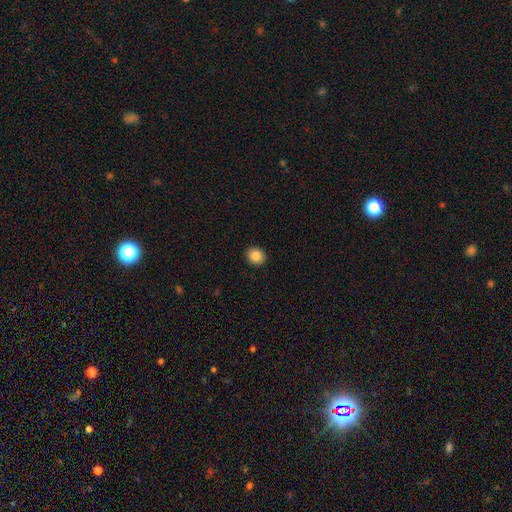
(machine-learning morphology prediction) Smooth or featured? smooth (85%)
How rounded? round (83%)
Merging? none (92%)